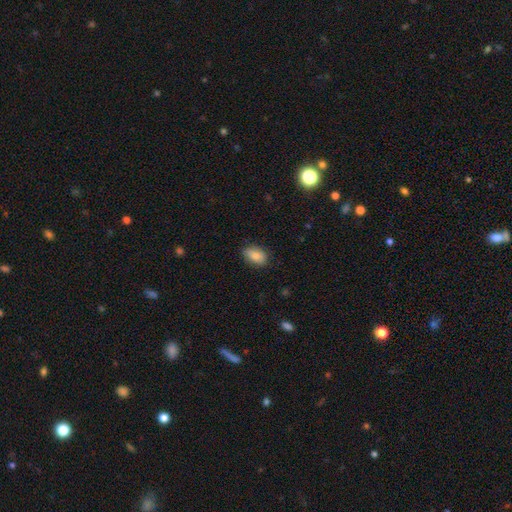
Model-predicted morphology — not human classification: The model was most divided on "merging": none: 80%, minor disturbance: 16%, major disturbance: 3%, merger: 1%. More confident: how rounded — in between (87%); smooth or featured — smooth (84%).